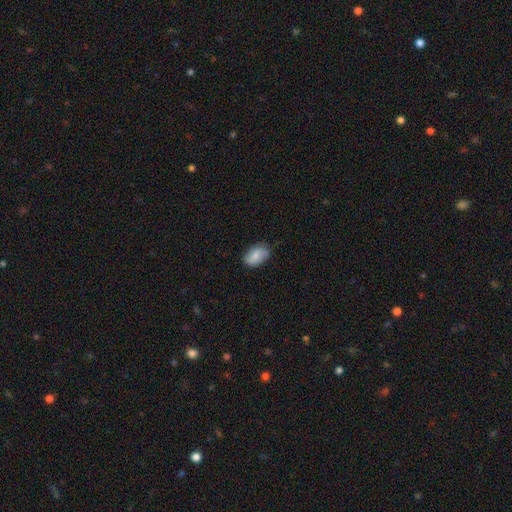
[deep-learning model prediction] Smooth or featured? smooth (81%)
How rounded? in between (91%)
Merging? none (78%)